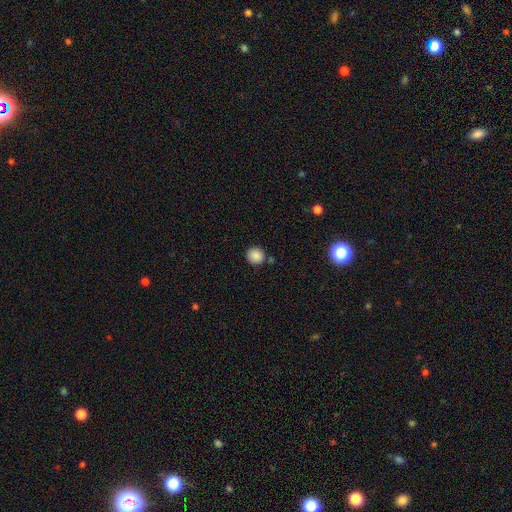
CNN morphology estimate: A smooth galaxy with no disk features (87%) that is round (91%).

Vote fractions:
- Smooth or featured? smooth: 87% / star or artifact: 9% / featured or disk: 4%
- How rounded? round: 91% / in between: 8% / cigar-shaped: 1%
- Merging? none: 83% / minor disturbance: 9% / merger: 6% / major disturbance: 3%